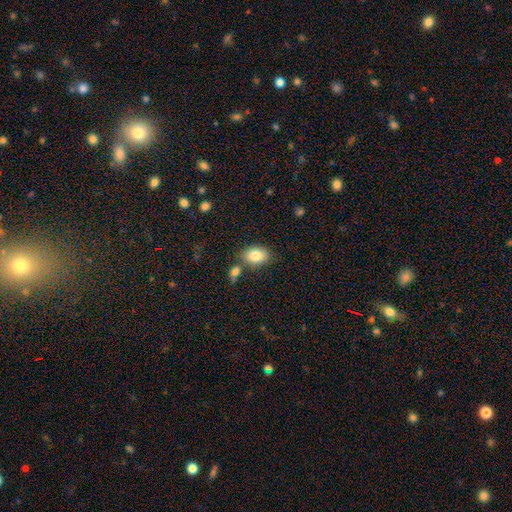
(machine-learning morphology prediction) Q: Smooth or featured?
A: smooth (83%); runner-up: featured or disk (9%)
Q: How rounded?
A: in between (84%); runner-up: round (15%)
Q: Merging?
A: none (70%); runner-up: merger (15%)